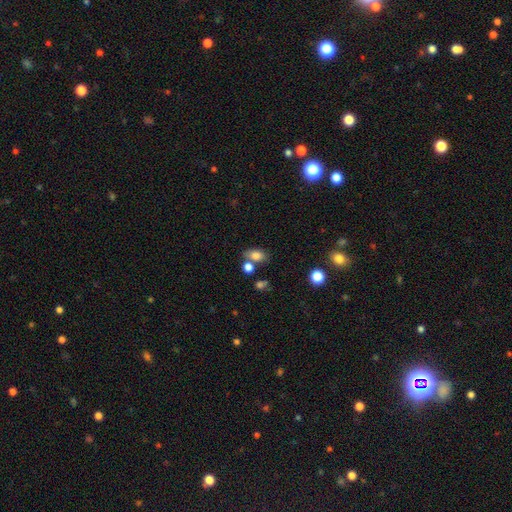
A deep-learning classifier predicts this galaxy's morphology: Smooth or featured?
  - smooth: 80% *
  - star or artifact: 11%
  - featured or disk: 9%
How rounded?
  - in between: 81% *
  - round: 17%
  - cigar-shaped: 3%
Merging?
  - none: 61% *
  - merger: 20%
  - minor disturbance: 14%
  - major disturbance: 5%